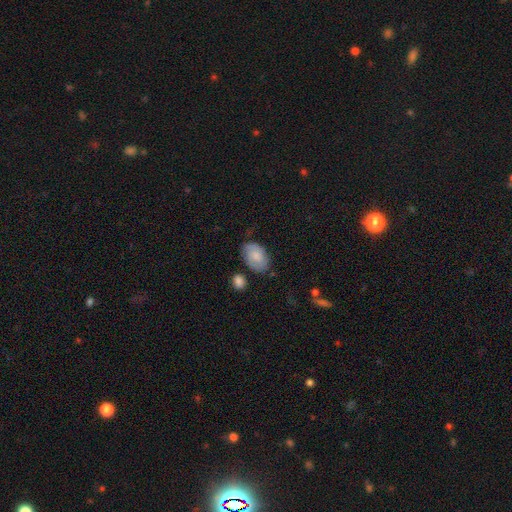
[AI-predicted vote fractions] This is likely a smooth galaxy (74%). How rounded: clearly in between (89%). Merging: likely none (69%).